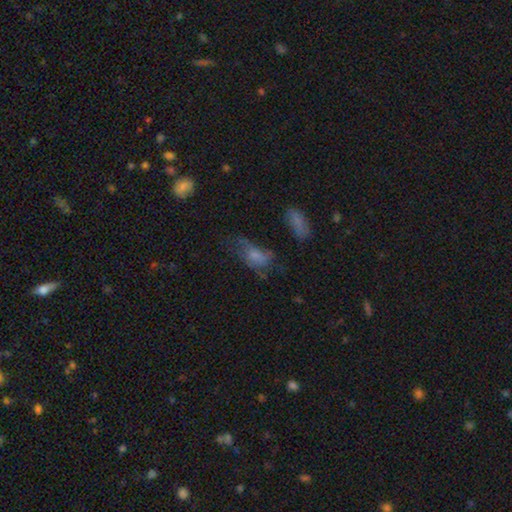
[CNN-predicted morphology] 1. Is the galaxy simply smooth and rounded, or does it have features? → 57% smooth, 30% featured or disk, 13% star or artifact.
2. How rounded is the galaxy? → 84% in between, 9% round, 7% cigar-shaped.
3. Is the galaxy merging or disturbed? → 37% major disturbance, 29% none, 25% minor disturbance, 8% merger.